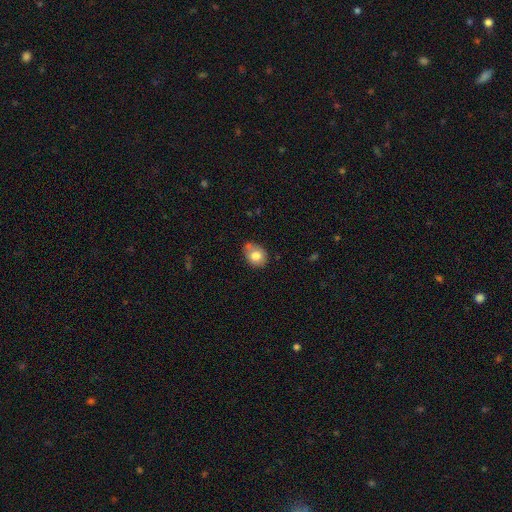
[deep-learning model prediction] This is likely a smooth galaxy (79%). How rounded: possibly in between (51%). Merging: possibly none (59%).